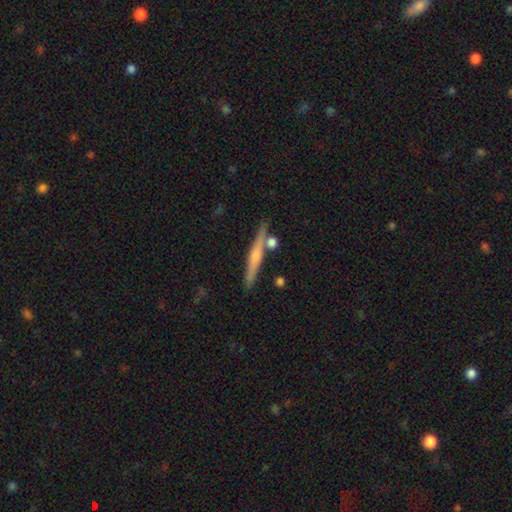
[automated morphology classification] Smooth or featured? Predicted: featured or disk (p=0.52). Edge-on disk? Predicted: yes (p=0.97). Edge-on bulge? Predicted: rounded (p=0.53). Merging? Predicted: none (p=0.80).